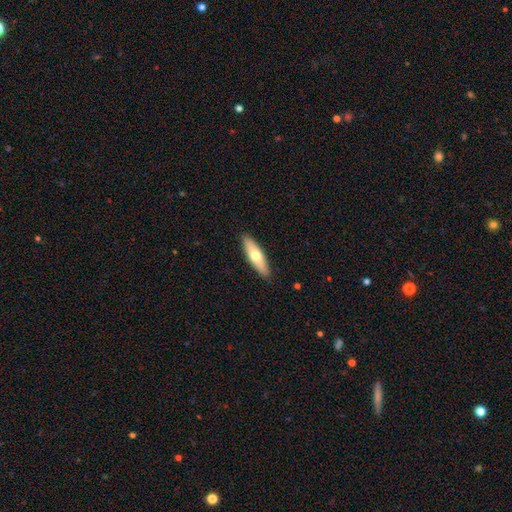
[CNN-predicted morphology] The model was most divided on "how rounded": cigar-shaped: 54%, in between: 44%, round: 2%. More confident: merging — none (89%); smooth or featured — smooth (61%).